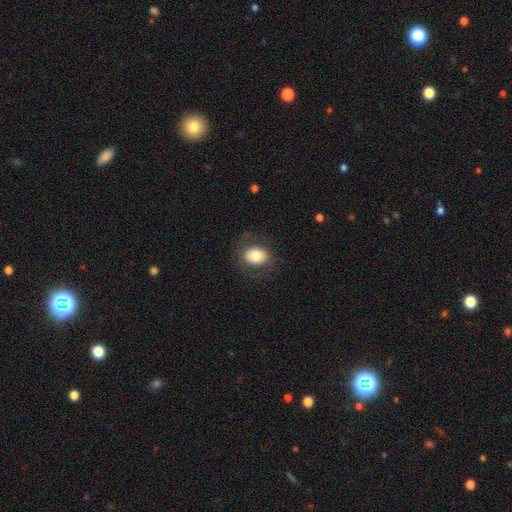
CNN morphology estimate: type=smooth (77%); roundness=in between (59%); merging=none (80%).